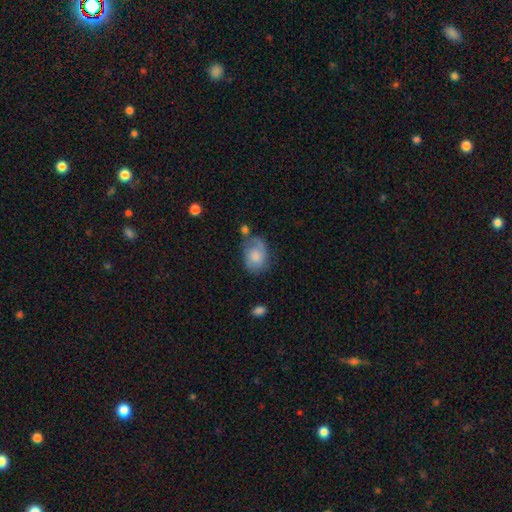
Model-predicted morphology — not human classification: smooth_or_featured: smooth (p=0.64) [alt: featured or disk p=0.28]
how_rounded: in between (p=0.73) [alt: round p=0.26]
merging: none (p=0.40) [alt: minor disturbance p=0.31]